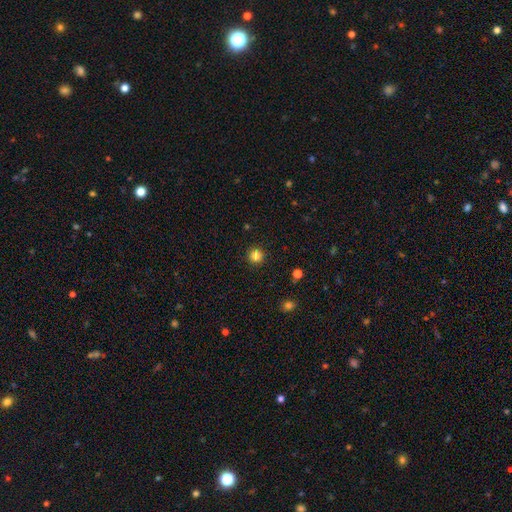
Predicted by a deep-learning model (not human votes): Smooth or featured? Predicted: smooth (p=0.84). How rounded? Predicted: round (p=0.95). Merging? Predicted: none (p=0.92).